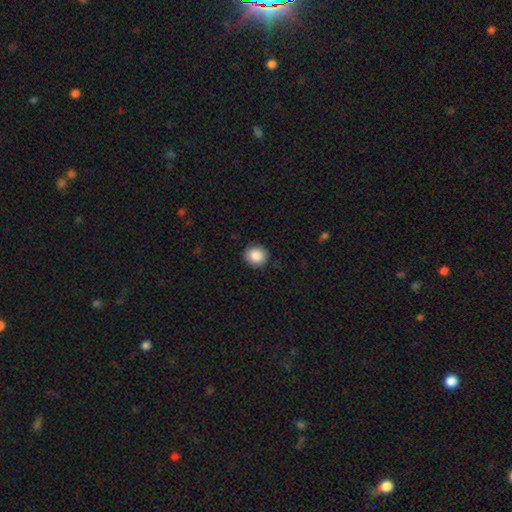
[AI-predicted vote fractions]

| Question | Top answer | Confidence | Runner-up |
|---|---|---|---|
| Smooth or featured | smooth | 86% | star or artifact (9%) |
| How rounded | round | 87% | in between (12%) |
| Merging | none | 90% | minor disturbance (7%) |